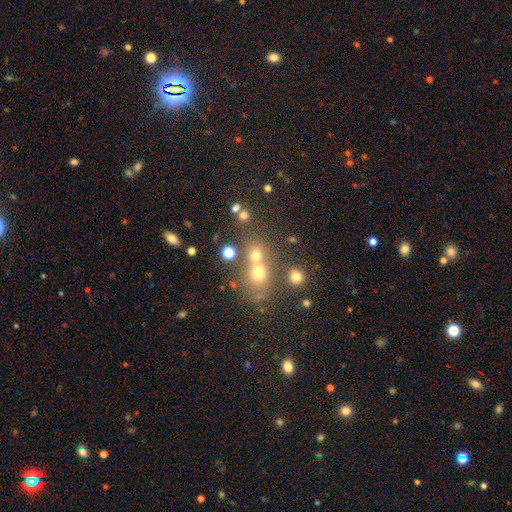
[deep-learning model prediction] Morphology: type=smooth (64%); roundness=round (76%); merging=none (44%, tied with merger).